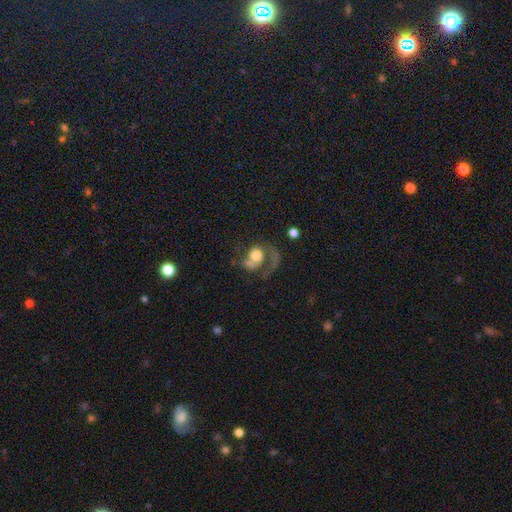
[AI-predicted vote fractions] Overall: featured or disk (54%; smooth 36%). Edge-on disk: no (97%). Bar: no (78%). Spiral arms: yes (72%). Bulge size: large (42%; moderate 30%). Merging: major disturbance (47%; none 28%).